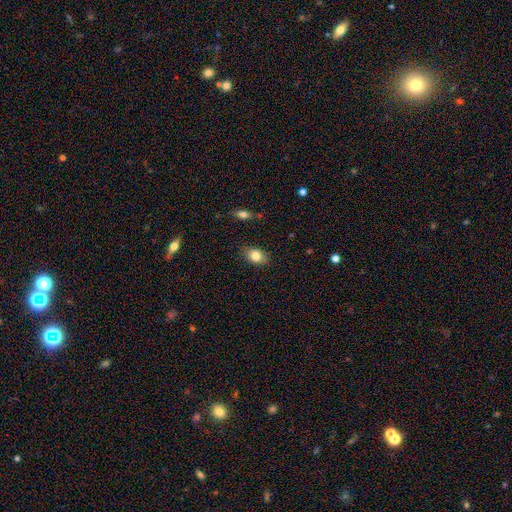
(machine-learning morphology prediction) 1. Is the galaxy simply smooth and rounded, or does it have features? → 82% smooth, 10% featured or disk, 9% star or artifact.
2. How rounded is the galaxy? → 77% in between, 21% round, 2% cigar-shaped.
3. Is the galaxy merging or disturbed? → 82% none, 14% minor disturbance, 3% major disturbance, 1% merger.